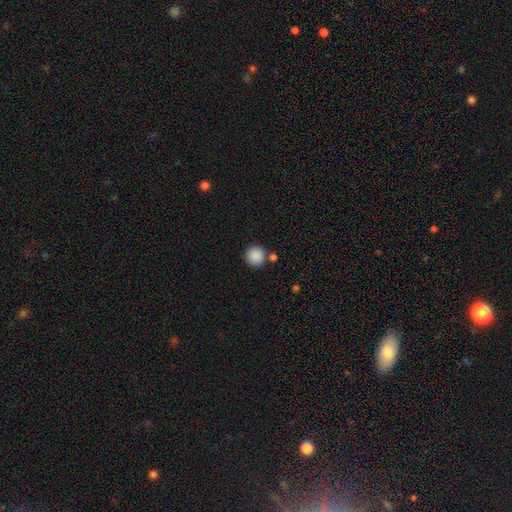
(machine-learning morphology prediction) Smooth or featured? smooth (88%)
How rounded? round (95%)
Merging? none (81%)